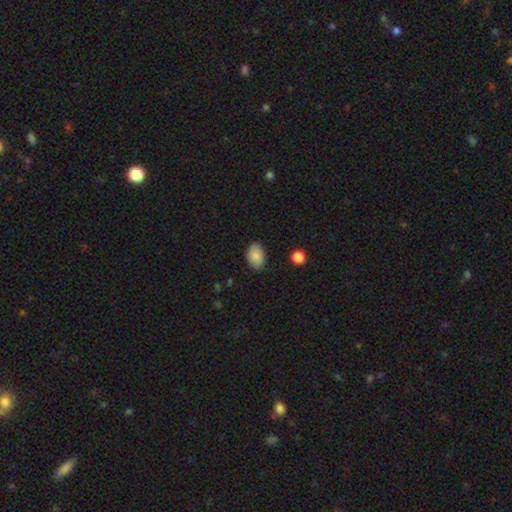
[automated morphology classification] smooth_or_featured: smooth (p=0.87) [alt: star or artifact p=0.07]
how_rounded: in between (p=0.89) [alt: round p=0.10]
merging: none (p=0.85) [alt: minor disturbance p=0.12]